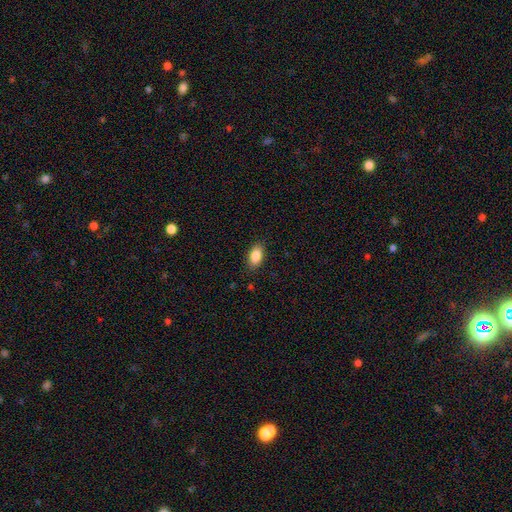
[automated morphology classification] type=smooth (87%); roundness=in between (92%); merging=none (87%).